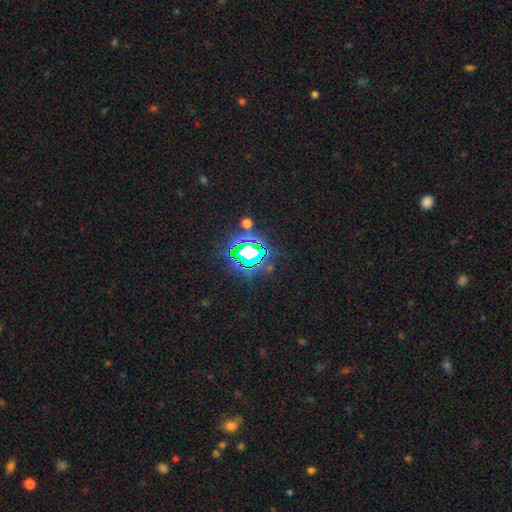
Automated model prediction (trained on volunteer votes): A star or artifact, not a galaxy (73%).